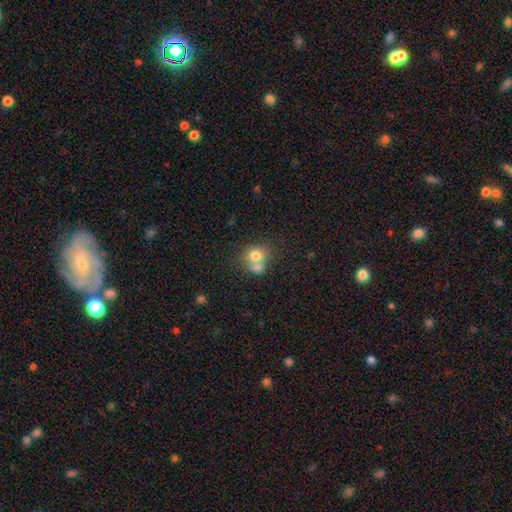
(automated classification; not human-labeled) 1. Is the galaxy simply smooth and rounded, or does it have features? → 75% smooth, 14% featured or disk, 10% star or artifact.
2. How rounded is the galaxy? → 73% round, 26% in between, 1% cigar-shaped.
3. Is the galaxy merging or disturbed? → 52% merger, 36% none, 9% minor disturbance, 4% major disturbance.